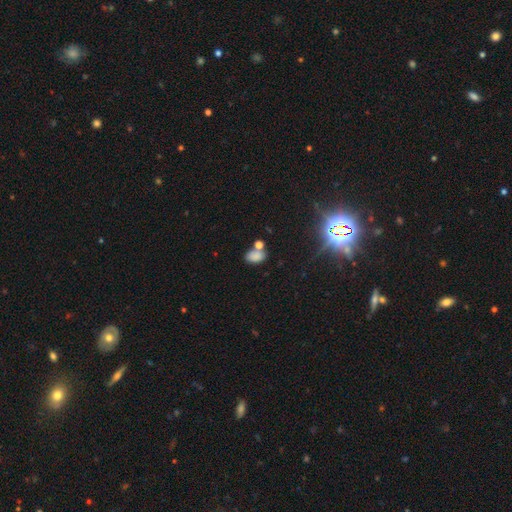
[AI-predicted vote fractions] Smooth or featured?
  - smooth: 77% *
  - star or artifact: 15%
  - featured or disk: 8%
How rounded?
  - in between: 87% *
  - round: 11%
  - cigar-shaped: 2%
Merging?
  - none: 53% *
  - merger: 27%
  - minor disturbance: 15%
  - major disturbance: 5%